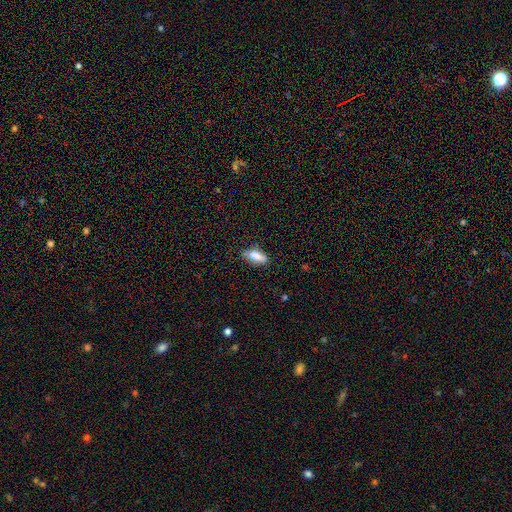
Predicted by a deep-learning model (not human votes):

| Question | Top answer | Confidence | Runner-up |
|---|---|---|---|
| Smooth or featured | smooth | 79% | featured or disk (12%) |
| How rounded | in between | 70% | cigar-shaped (27%) |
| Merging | none | 64% | minor disturbance (25%) |